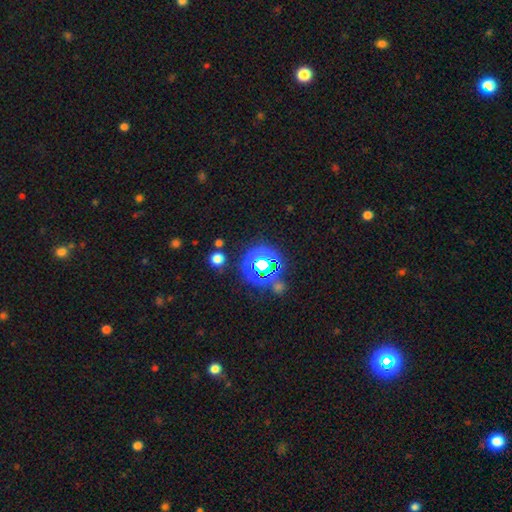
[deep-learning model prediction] smooth_or_featured: star or artifact (p=0.71) [alt: smooth p=0.21]